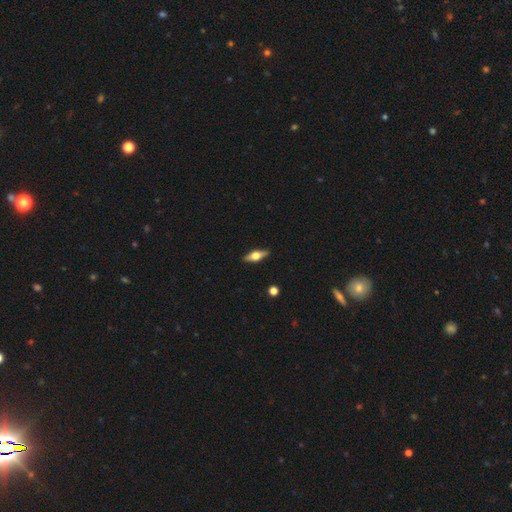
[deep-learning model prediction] This is possibly a featured or disk galaxy (59%). It is clearly viewed edge-on (93%). Edge-on bulge: clearly rounded (94%). Merging: clearly none (89%).